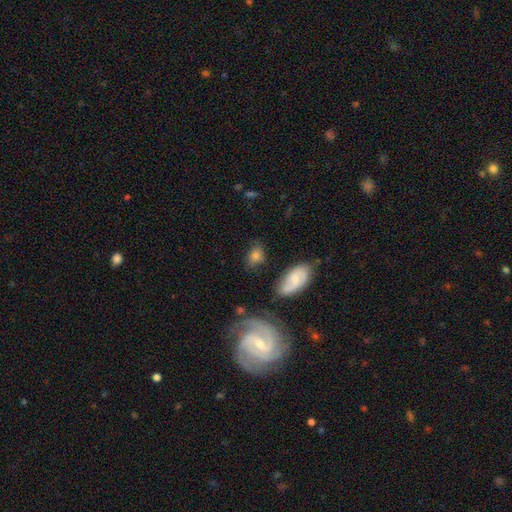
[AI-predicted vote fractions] This appears to be a smooth galaxy with no disk features (70%) that is in between round and cigar-shaped (74%). Merging: none (70%).